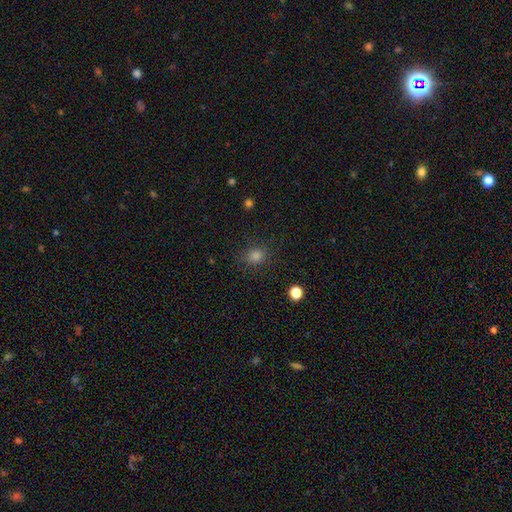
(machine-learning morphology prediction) A smooth galaxy with no disk features (77%) that is round (78%).

Vote fractions:
- Smooth or featured? smooth: 77% / star or artifact: 18% / featured or disk: 5%
- How rounded? round: 78% / in between: 21% / cigar-shaped: 1%
- Merging? none: 87% / minor disturbance: 9% / major disturbance: 3% / merger: 1%